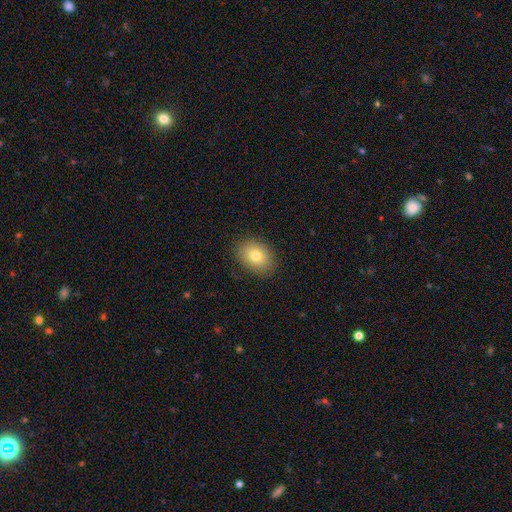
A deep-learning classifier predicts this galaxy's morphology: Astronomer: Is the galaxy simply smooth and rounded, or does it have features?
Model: smooth — 80%.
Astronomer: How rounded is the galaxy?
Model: in between — 71%.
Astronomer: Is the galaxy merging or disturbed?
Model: none — 87%.